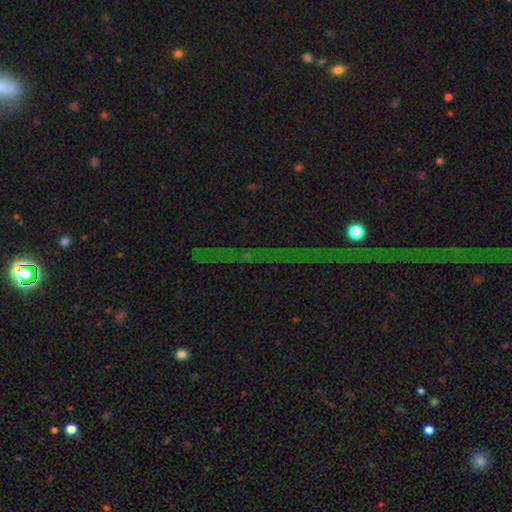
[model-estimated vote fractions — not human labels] Morphology: type=star or artifact (83%).